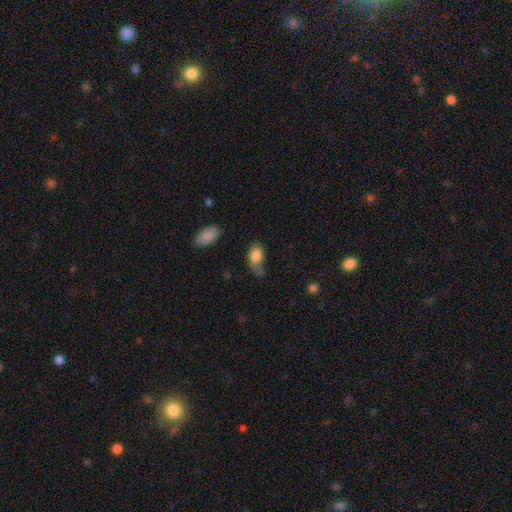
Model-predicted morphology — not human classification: A smooth galaxy with no disk features (83%) that is in between round and cigar-shaped (87%). Merging: none (40%).